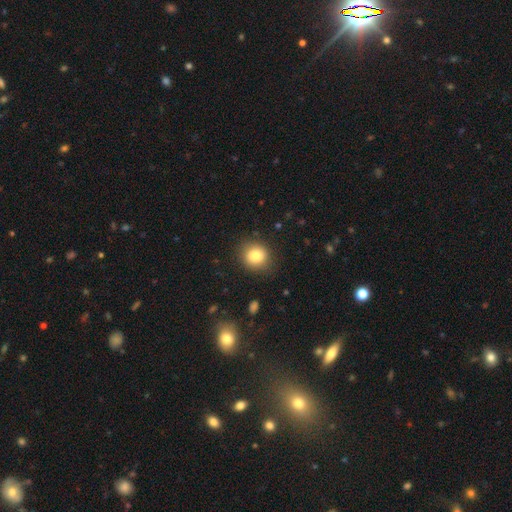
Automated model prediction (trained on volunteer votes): smooth-or-featured: smooth: 82% | star or artifact: 10% | featured or disk: 8%
  how-rounded: round: 84% | in between: 15% | cigar-shaped: 1%
  merging: none: 86% | minor disturbance: 9% | major disturbance: 3% | merger: 1%